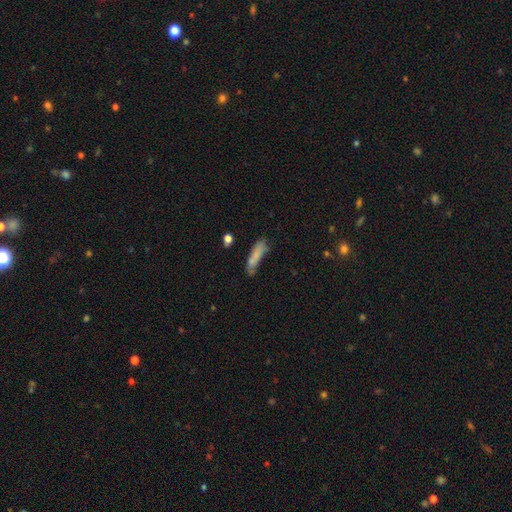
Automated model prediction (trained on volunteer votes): smooth-or-featured: smooth: 75% | featured or disk: 16% | star or artifact: 9%
  how-rounded: cigar-shaped: 77% | in between: 21% | round: 2%
  merging: none: 56% | minor disturbance: 26% | major disturbance: 10% | merger: 8%